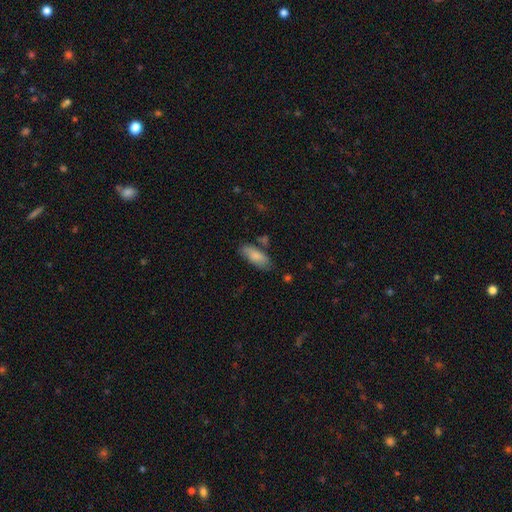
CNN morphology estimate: Q: Smooth or featured?
A: smooth (83%); runner-up: featured or disk (11%)
Q: How rounded?
A: in between (80%); runner-up: cigar-shaped (18%)
Q: Merging?
A: none (68%); runner-up: minor disturbance (20%)